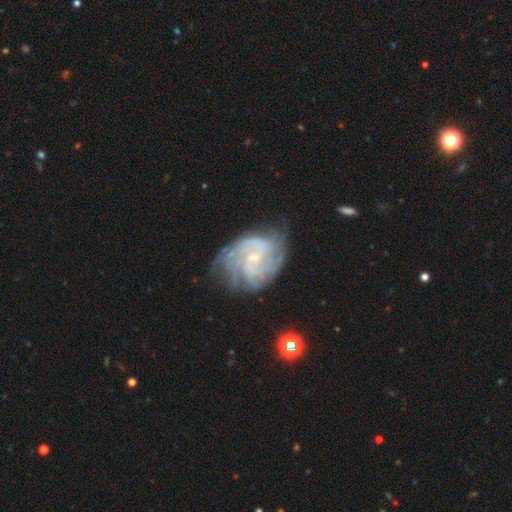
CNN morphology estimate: Smooth or featured?
  - featured or disk: 82% *
  - smooth: 10%
  - star or artifact: 8%
Edge-on disk?
  - no: 97% *
  - yes: 3%
Bar?
  - weak: 45% *
  - no: 44%
  - strong: 11%
Spiral arms?
  - yes: 94% *
  - no: 6%
Spiral winding?
  - tight: 45% *
  - medium: 41%
  - loose: 14%
Spiral arm count?
  - can't tell: 32% *
  - 2: 28%
  - 3: 18%
  - 4: 11%
  - more than 4: 6%
  - 1: 6%
Bulge size?
  - small: 71% *
  - moderate: 22%
  - none: 5%
  - large: 1%
  - dominant: 1%
Merging?
  - none: 66% *
  - minor disturbance: 22%
  - major disturbance: 10%
  - merger: 2%